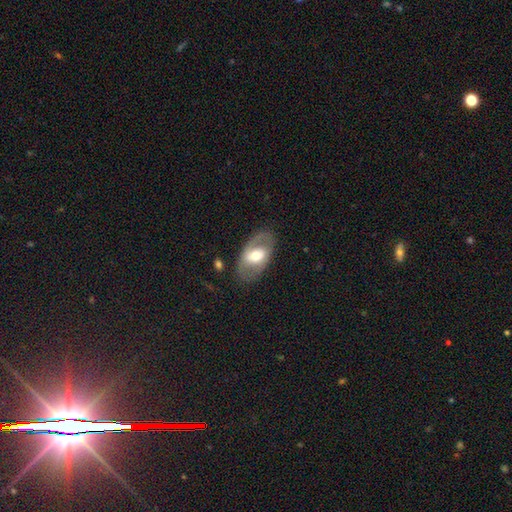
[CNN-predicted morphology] Q: Smooth or featured?
A: featured or disk (57%); runner-up: smooth (37%)
Q: Edge-on disk?
A: no (90%); runner-up: yes (10%)
Q: Bar?
A: no (42%); runner-up: weak (35%)
Q: Spiral arms?
A: no (55%); runner-up: yes (45%)
Q: Bulge size?
A: moderate (63%); runner-up: large (18%)
Q: Merging?
A: none (75%); runner-up: minor disturbance (15%)